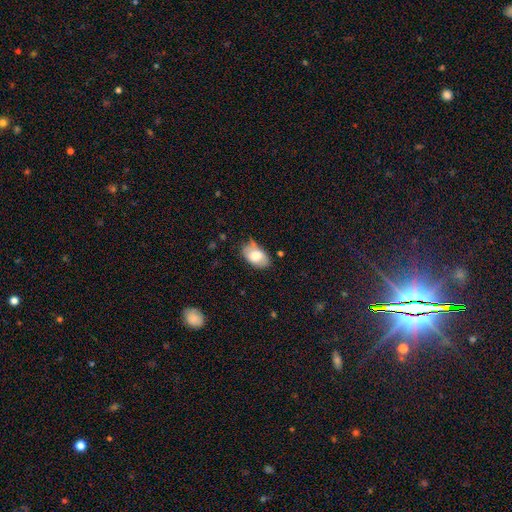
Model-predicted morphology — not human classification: Smooth or featured?
  - smooth: 73% *
  - featured or disk: 20%
  - star or artifact: 7%
How rounded?
  - in between: 92% *
  - round: 7%
  - cigar-shaped: 1%
Merging?
  - none: 56% *
  - minor disturbance: 33%
  - major disturbance: 8%
  - merger: 3%